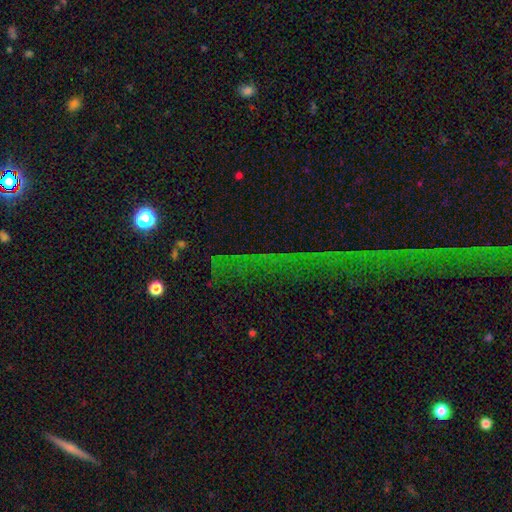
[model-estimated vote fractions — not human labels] This is likely a star or artifact rather than a galaxy (75%).